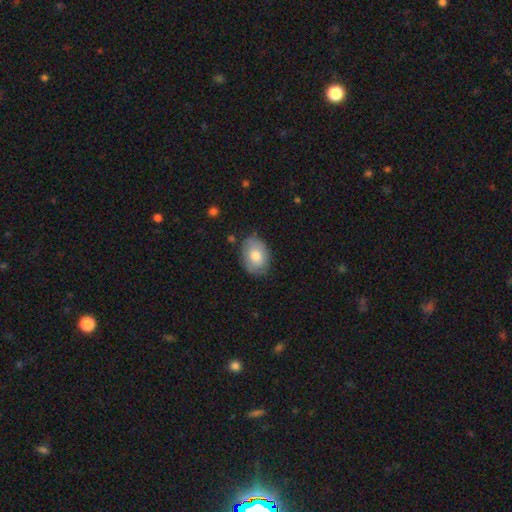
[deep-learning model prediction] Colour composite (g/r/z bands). It shows a smooth galaxy with no disk features (74%) that is in between round and cigar-shaped (77%). Merging: none (76%).